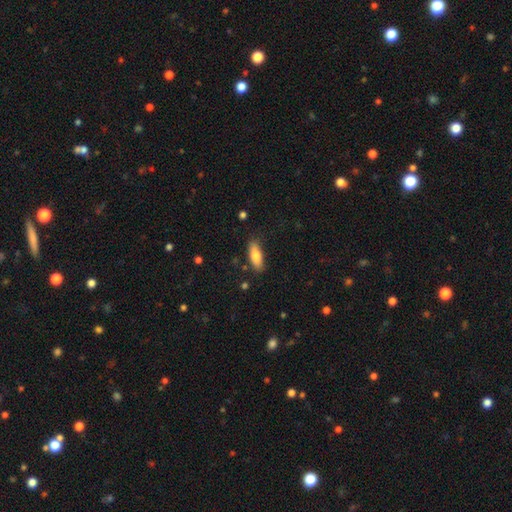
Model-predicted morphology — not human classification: Overall: smooth (78%). How rounded: in between (63%; cigar-shaped 35%). Merging: none (83%).